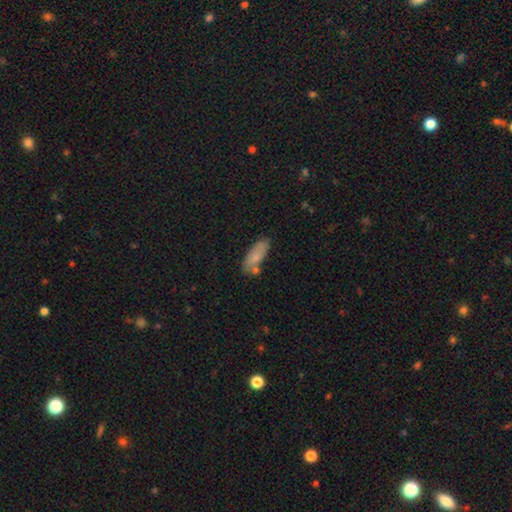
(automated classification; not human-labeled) A smooth galaxy with no disk features (77%) that is in between round and cigar-shaped (68%).

Vote fractions:
- Smooth or featured? smooth: 77% / featured or disk: 16% / star or artifact: 7%
- How rounded? in between: 68% / cigar-shaped: 29% / round: 2%
- Merging? none: 65% / minor disturbance: 18% / merger: 12% / major disturbance: 4%